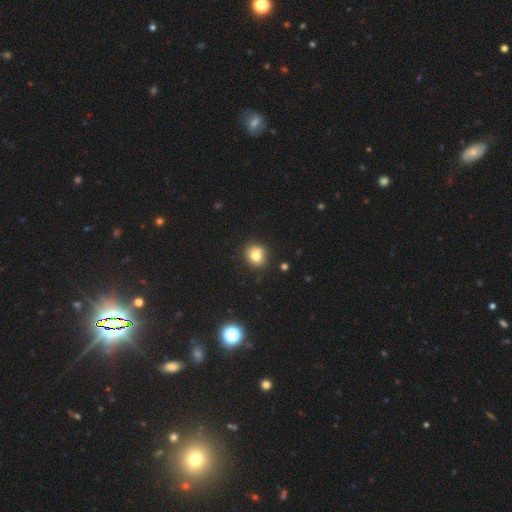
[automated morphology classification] smooth 78%, star or artifact 13%, featured or disk 9%. Down the decision tree: how rounded — round (82%); merging — none (85%).